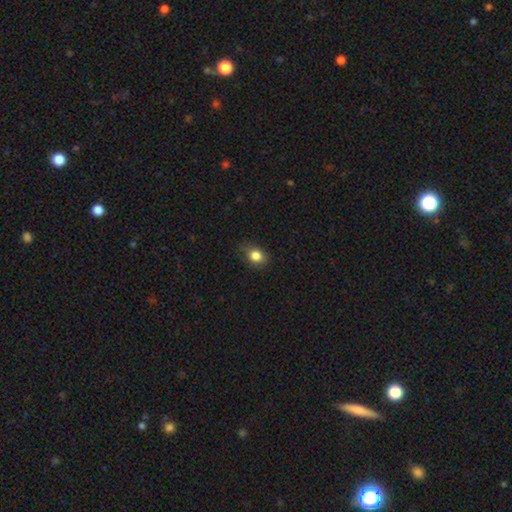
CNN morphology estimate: Overall: smooth (83%). How rounded: in between (51%; round 48%). Merging: none (74%).